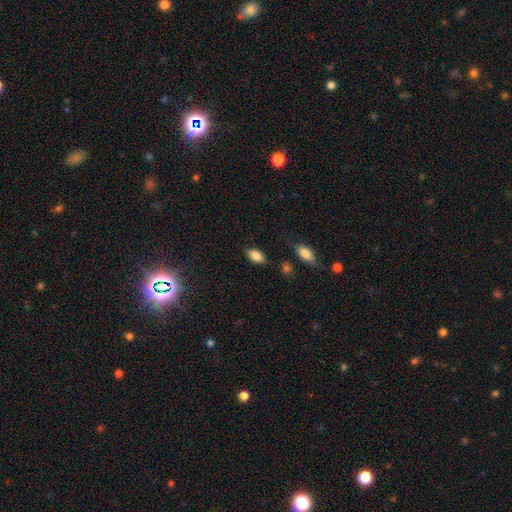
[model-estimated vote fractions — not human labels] Smooth or featured: smooth — 82% (featured or disk — 10%)
How rounded: in between — 91% (cigar-shaped — 5%)
Merging: none — 82% (minor disturbance — 12%)